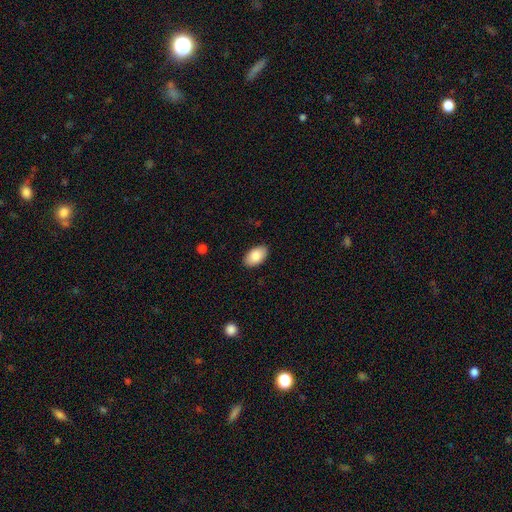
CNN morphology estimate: Q: Smooth or featured?
A: smooth (86%); runner-up: featured or disk (7%)
Q: How rounded?
A: in between (94%); runner-up: round (4%)
Q: Merging?
A: none (88%); runner-up: minor disturbance (9%)